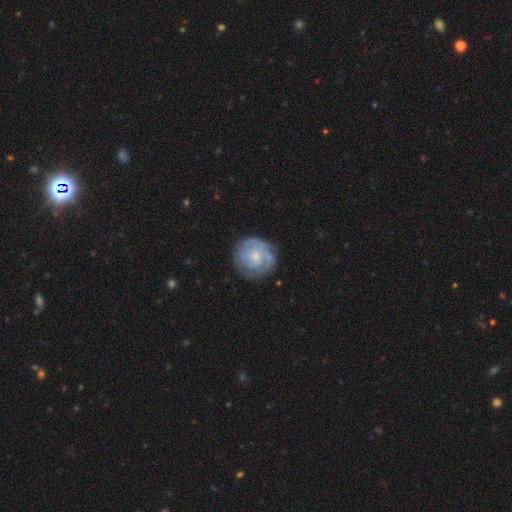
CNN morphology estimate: Smooth or featured? Predicted: featured or disk (p=0.68). Edge-on disk? Predicted: no (p=0.98). Bar? Predicted: no (p=0.75). Spiral arms? Predicted: yes (p=0.86). Spiral winding? Predicted: tight (p=0.63). Spiral arm count? Predicted: can't tell (p=0.37). Bulge size? Predicted: small (p=0.67). Merging? Predicted: none (p=0.74).